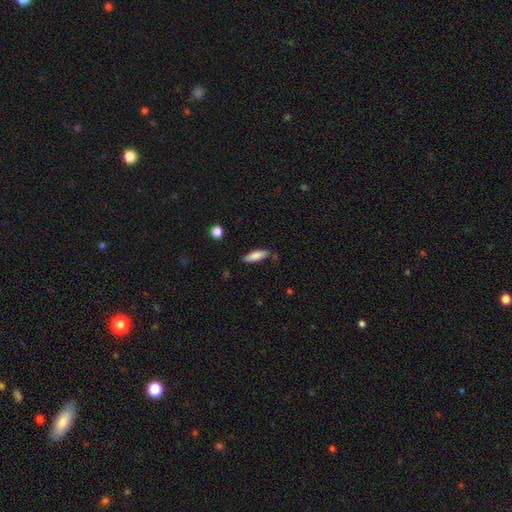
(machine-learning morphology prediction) Smooth or featured? smooth (84%)
How rounded? in between (56%)
Merging? none (79%)